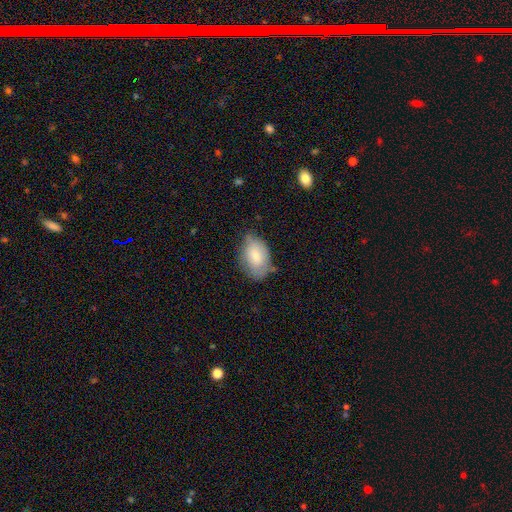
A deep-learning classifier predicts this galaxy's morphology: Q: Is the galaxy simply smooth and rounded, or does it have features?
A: smooth — 77%.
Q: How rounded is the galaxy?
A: in between — 90%.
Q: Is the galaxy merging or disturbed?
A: none — 58%.